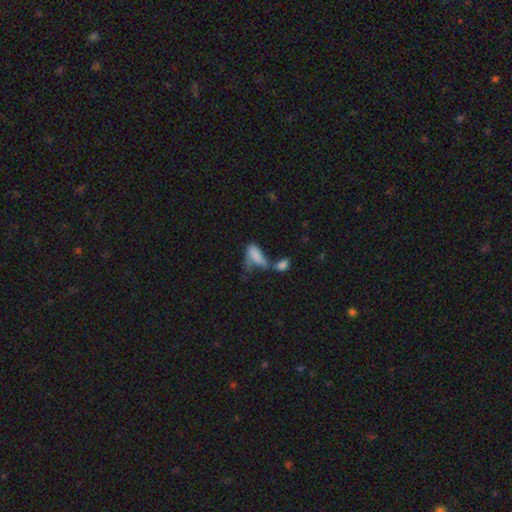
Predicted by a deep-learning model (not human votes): Overall: smooth (74%). How rounded: in between (83%). Merging: merger (49%; major disturbance 22%).